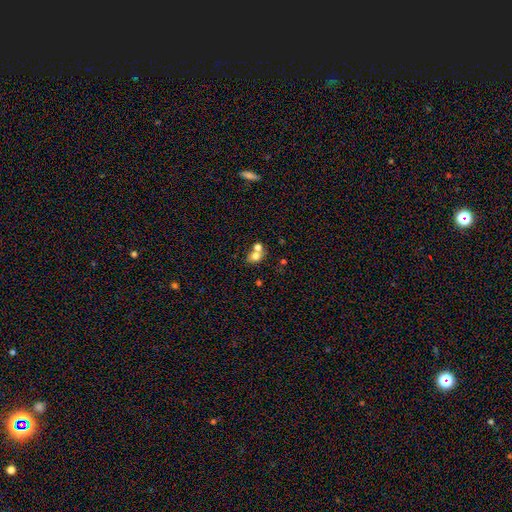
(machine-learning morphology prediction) smooth 72%, featured or disk 16%, star or artifact 12%. Down the decision tree: how rounded — round (51%); merging — merger (53%).